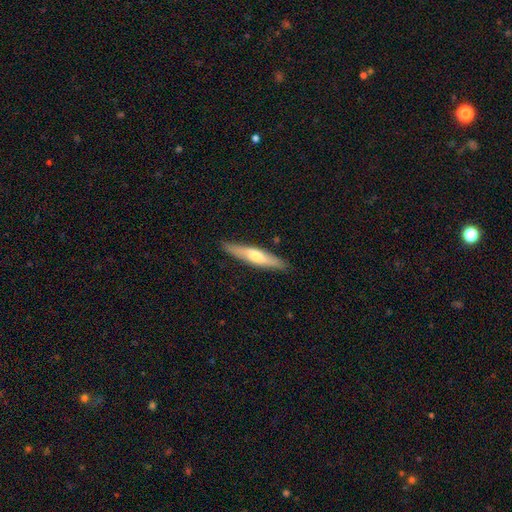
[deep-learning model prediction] This is possibly a smooth galaxy (48%). Merging: clearly none (88%).